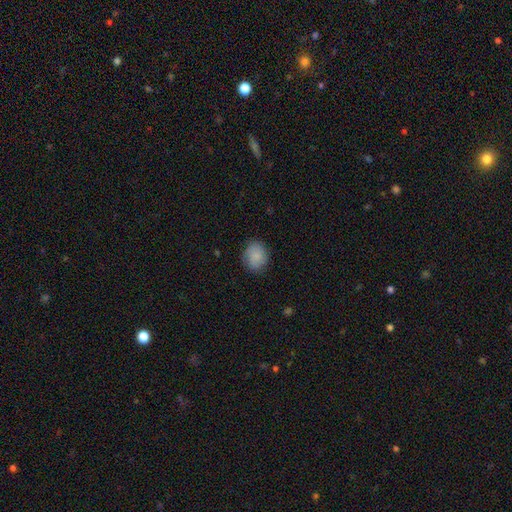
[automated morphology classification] Smooth or featured: smooth — 84% (featured or disk — 9%)
How rounded: round — 59% (in between — 40%)
Merging: none — 79% (minor disturbance — 16%)